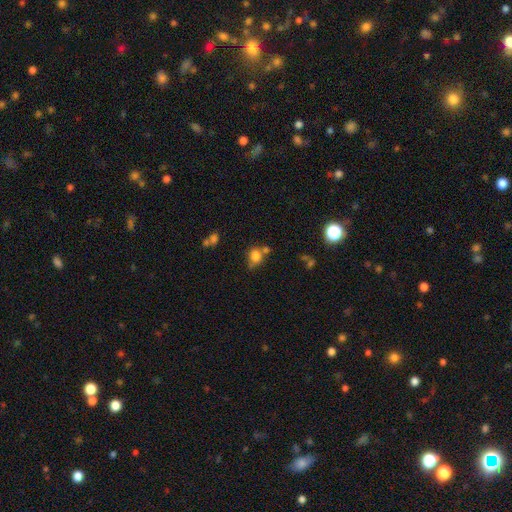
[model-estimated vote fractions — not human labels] The model was most divided on "merging": none: 47%, merger: 26%, minor disturbance: 19%, major disturbance: 8%. More confident: smooth or featured — smooth (77%); how rounded — round (63%).